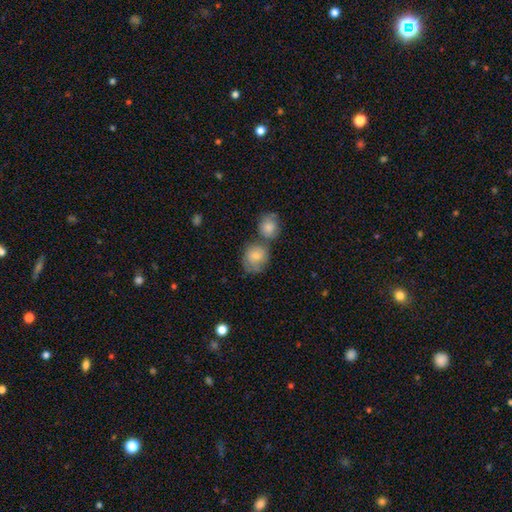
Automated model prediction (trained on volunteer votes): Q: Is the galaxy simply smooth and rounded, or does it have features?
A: smooth — 67%.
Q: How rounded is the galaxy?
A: round — 75%.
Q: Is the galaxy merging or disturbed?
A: none — 47%.